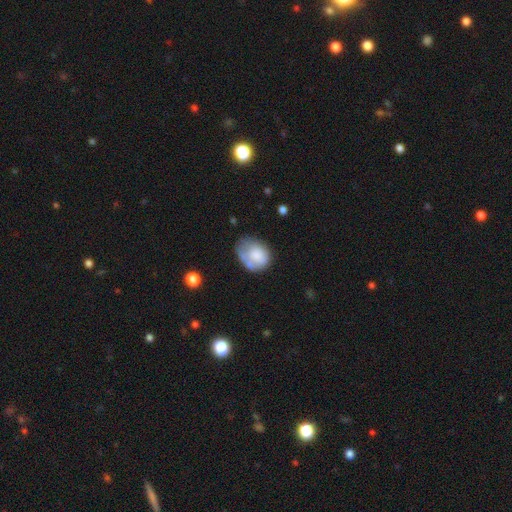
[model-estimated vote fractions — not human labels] smooth-or-featured: smooth: 67% | featured or disk: 25% | star or artifact: 8%
  how-rounded: in between: 58% | round: 41% | cigar-shaped: 1%
  merging: none: 44% | minor disturbance: 30% | major disturbance: 18% | merger: 8%